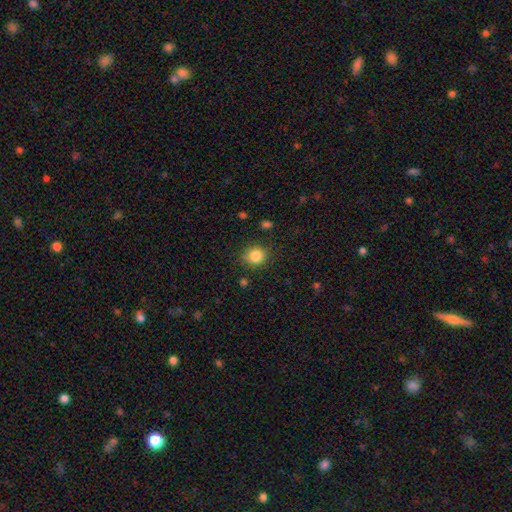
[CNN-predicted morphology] type=smooth (84%); roundness=round (83%); merging=none (84%).